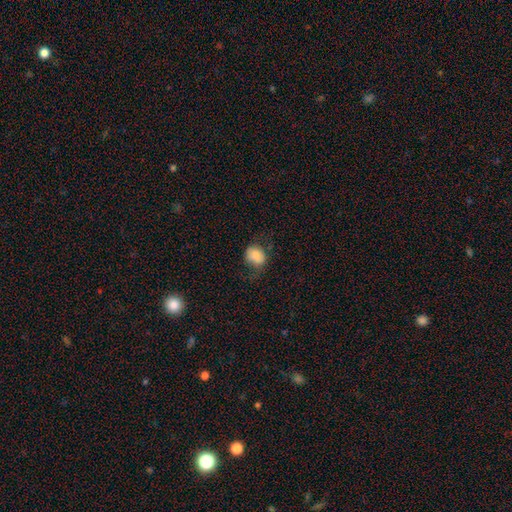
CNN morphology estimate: Q: Smooth or featured?
A: smooth (76%); runner-up: featured or disk (16%)
Q: How rounded?
A: round (59%); runner-up: in between (40%)
Q: Merging?
A: none (58%); runner-up: minor disturbance (27%)